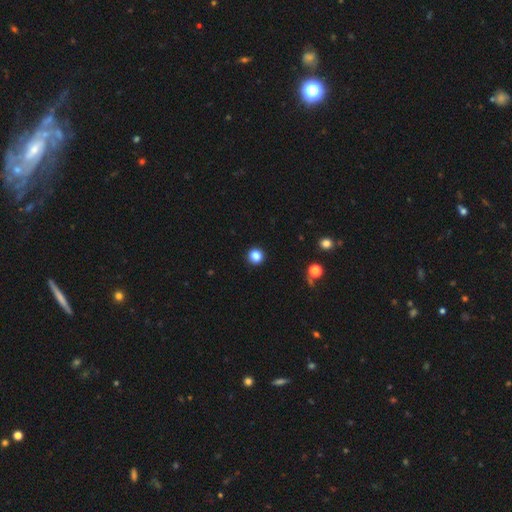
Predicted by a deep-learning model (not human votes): This appears to be a smooth galaxy with no disk features (85%) that is round (92%). Merging: none (92%).